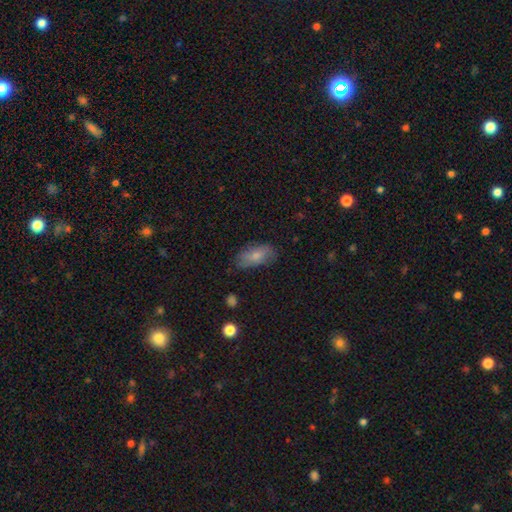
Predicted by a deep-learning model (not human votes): Smooth or featured: smooth — 77% (featured or disk — 16%)
How rounded: in between — 90% (cigar-shaped — 6%)
Merging: none — 75% (minor disturbance — 20%)